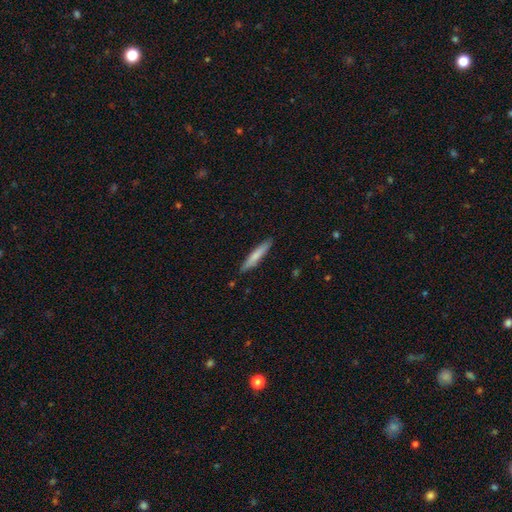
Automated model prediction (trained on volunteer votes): This appears to be a smooth galaxy with no disk features (73%) that is cigar-shaped (93%). Merging: none (88%).